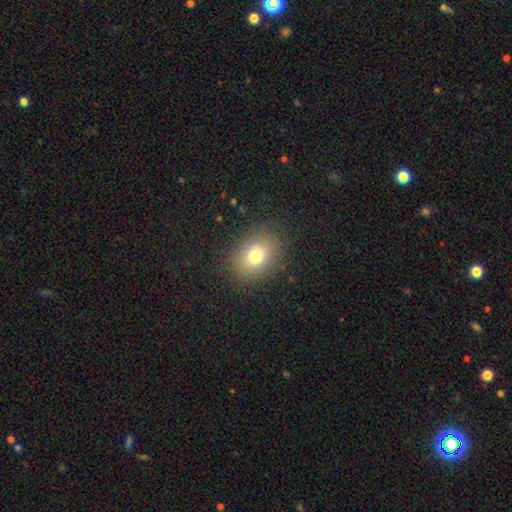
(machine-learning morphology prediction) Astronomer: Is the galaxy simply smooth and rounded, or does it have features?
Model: smooth — 76%.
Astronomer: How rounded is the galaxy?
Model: in between — 57% (runner-up: round, 42%).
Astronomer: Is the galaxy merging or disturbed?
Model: none — 84%.